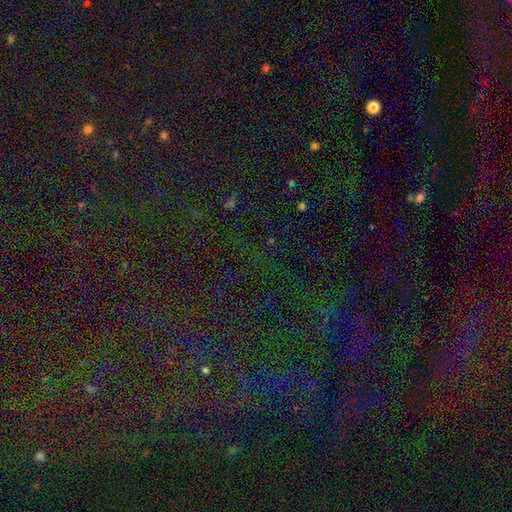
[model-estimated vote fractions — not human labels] Smooth or featured: star or artifact — 80% (smooth — 13%)